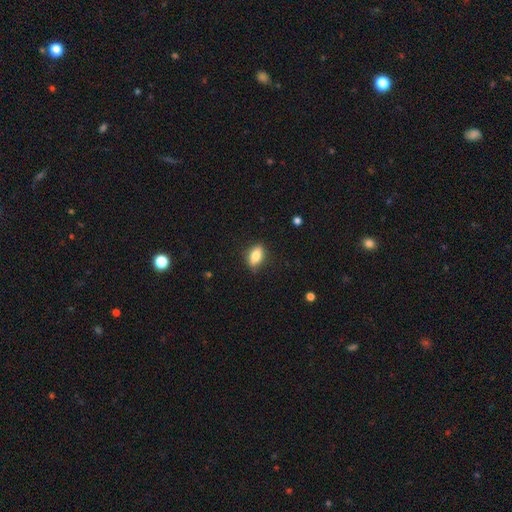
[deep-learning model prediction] Morphology: type=smooth (80%); roundness=in between (85%); merging=none (84%).